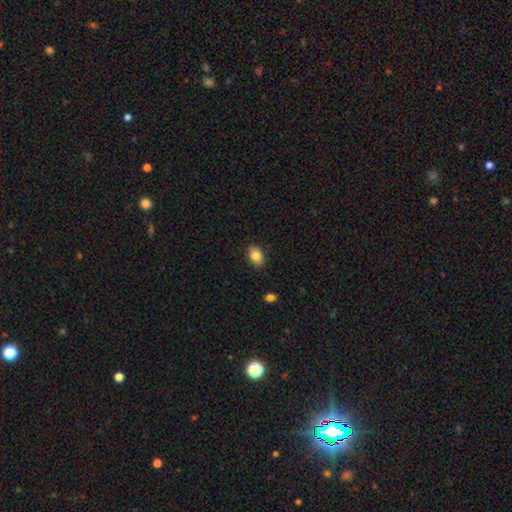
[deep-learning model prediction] The model was most divided on "how rounded": in between: 84%, round: 15%, cigar-shaped: 1%. More confident: merging — none (88%); smooth or featured — smooth (84%).